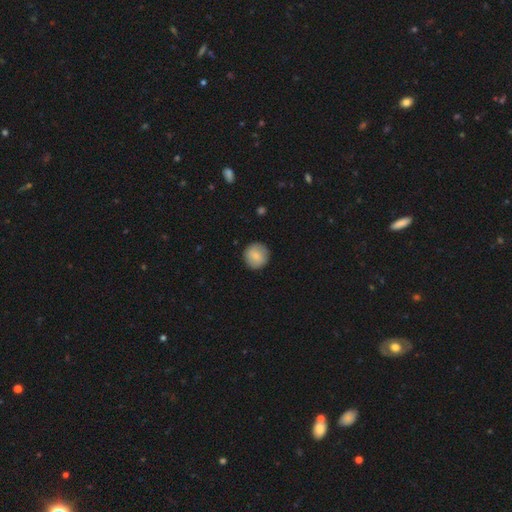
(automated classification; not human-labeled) smooth_or_featured: smooth (p=0.80) [alt: featured or disk p=0.13]
how_rounded: round (p=0.94) [alt: in between p=0.05]
merging: none (p=0.89) [alt: minor disturbance p=0.08]